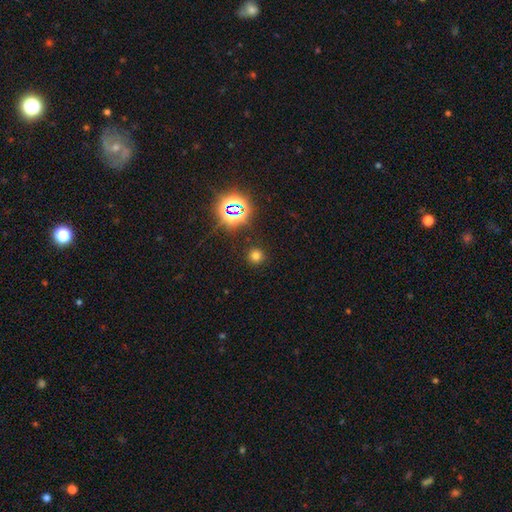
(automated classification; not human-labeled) A smooth galaxy with no disk features (69%) that is round (94%). Merging: none (90%).